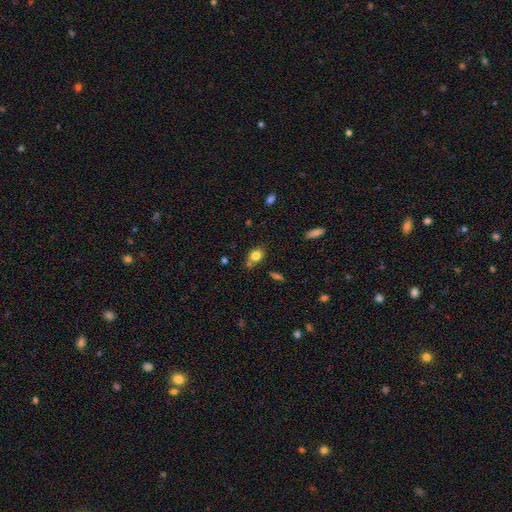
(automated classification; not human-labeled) Q: Smooth or featured?
A: smooth (81%); runner-up: star or artifact (10%)
Q: How rounded?
A: in between (56%); runner-up: round (42%)
Q: Merging?
A: none (66%); runner-up: minor disturbance (20%)